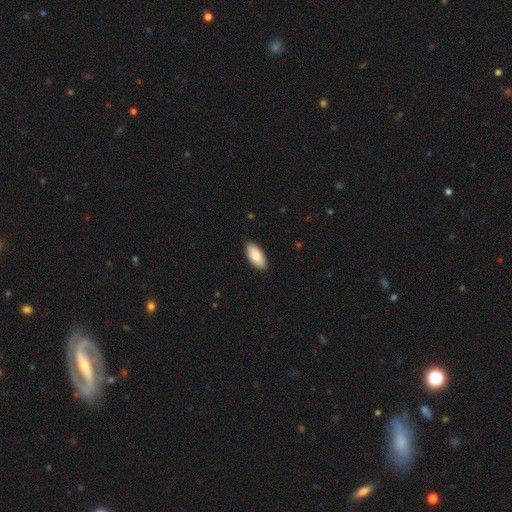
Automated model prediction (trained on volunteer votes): Overall: smooth (88%). How rounded: in between (90%). Merging: none (88%).